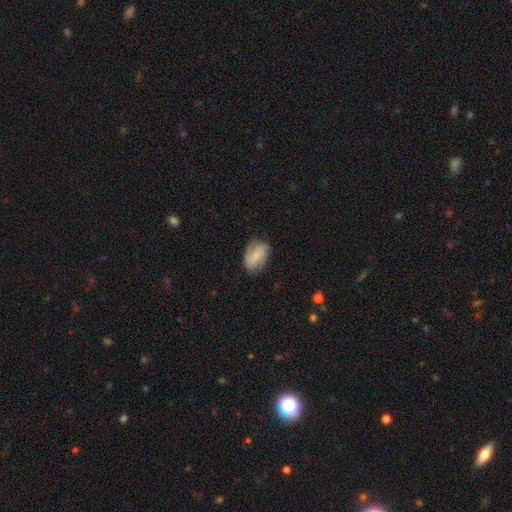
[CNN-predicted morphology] smooth 47%, featured or disk 45%, star or artifact 7%. Down the decision tree: merging — none (72%).